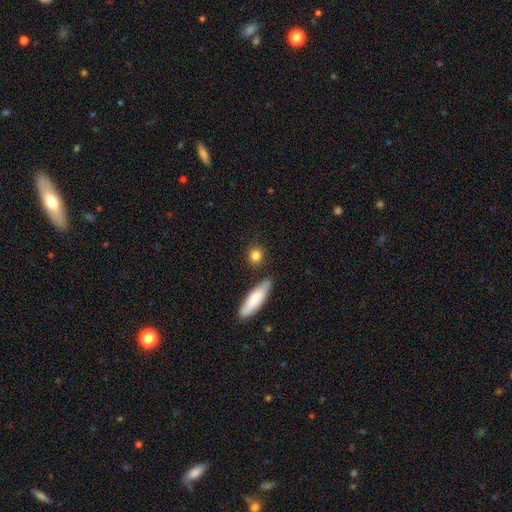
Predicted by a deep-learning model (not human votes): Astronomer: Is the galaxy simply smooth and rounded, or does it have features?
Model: smooth — 83%.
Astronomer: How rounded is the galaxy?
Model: round — 68%.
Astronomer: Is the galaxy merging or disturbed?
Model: none — 82%.